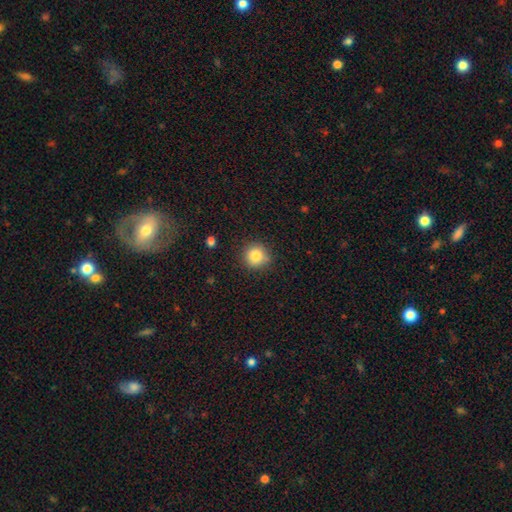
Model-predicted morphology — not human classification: This appears to be a smooth galaxy with no disk features (82%) that is round (93%). Merging: none (84%).